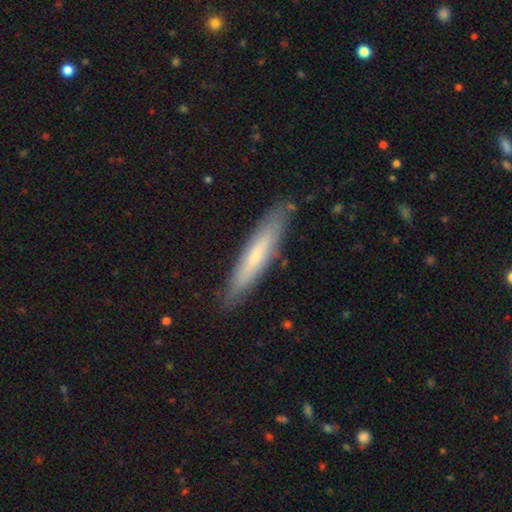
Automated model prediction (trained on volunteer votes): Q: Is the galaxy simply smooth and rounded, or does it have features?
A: smooth — 55%.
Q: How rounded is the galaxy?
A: cigar-shaped — 88%.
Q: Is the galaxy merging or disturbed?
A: none — 86%.